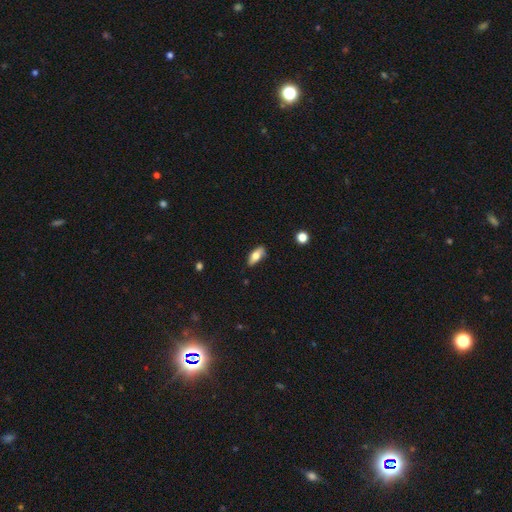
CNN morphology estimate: Smooth or featured? Predicted: smooth (p=0.72). How rounded? Predicted: in between (p=0.82). Merging? Predicted: none (p=0.76).